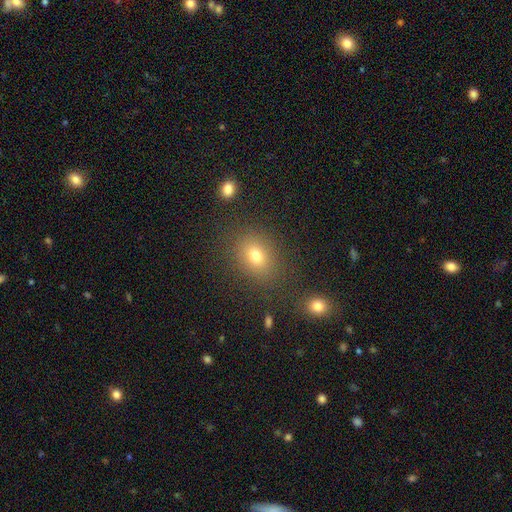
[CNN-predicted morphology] Overall: smooth (75%). How rounded: in between (58%; round 41%). Merging: none (82%).